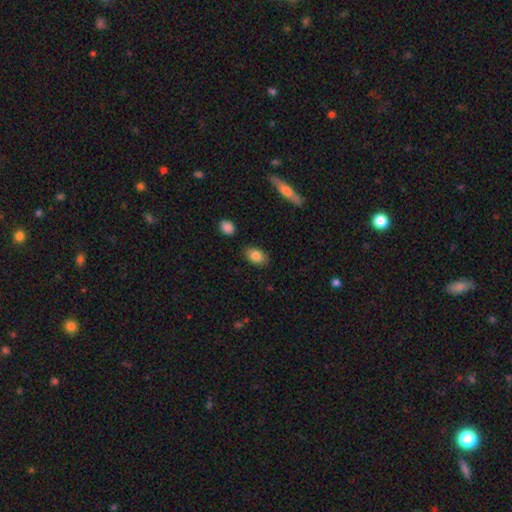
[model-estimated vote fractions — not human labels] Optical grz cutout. It shows a smooth galaxy with no disk features (84%) that is in between round and cigar-shaped (88%). Merging: none (85%).